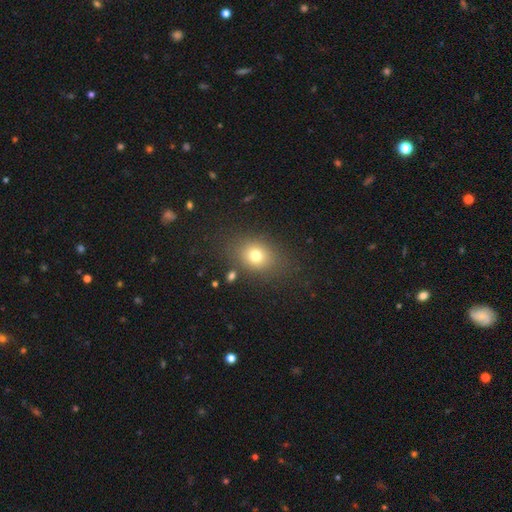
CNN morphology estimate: This is likely a smooth galaxy (75%). How rounded: possibly in between (49%, tied with round). Merging: likely none (79%).